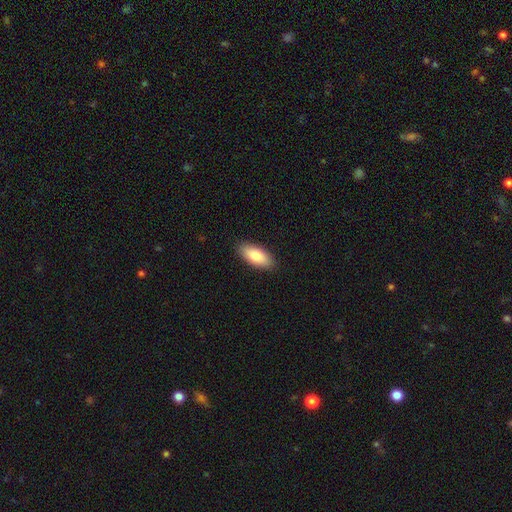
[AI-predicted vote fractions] The model was most divided on "smooth or featured": smooth: 82%, featured or disk: 12%, star or artifact: 6%. More confident: merging — none (89%); how rounded — in between (86%).